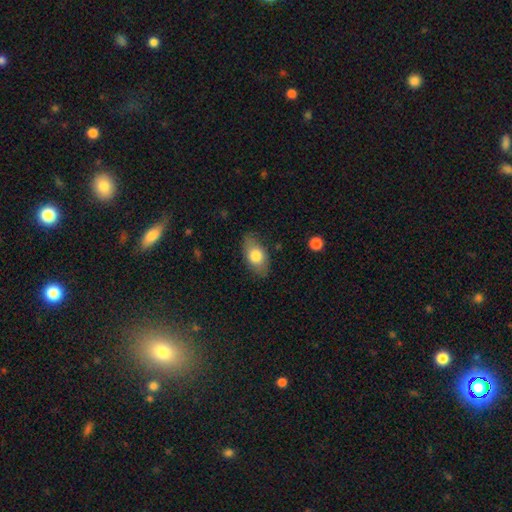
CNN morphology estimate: smooth-or-featured: smooth: 75% | featured or disk: 18% | star or artifact: 7%
  how-rounded: in between: 89% | round: 7% | cigar-shaped: 4%
  merging: none: 81% | minor disturbance: 14% | major disturbance: 3% | merger: 1%